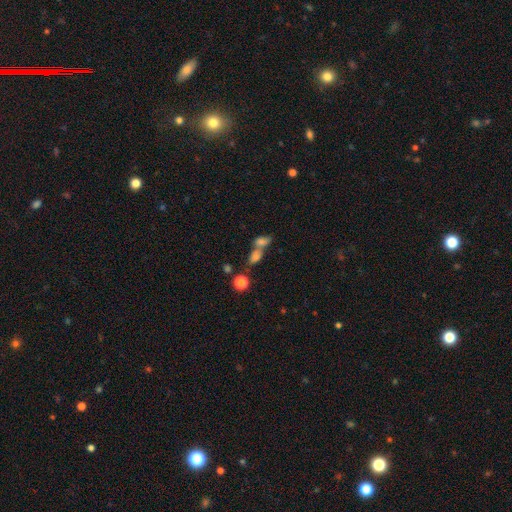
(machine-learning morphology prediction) smooth-or-featured: smooth: 64% | star or artifact: 19% | featured or disk: 17%
  how-rounded: in between: 60% | round: 28% | cigar-shaped: 12%
  merging: merger: 53% | none: 32% | minor disturbance: 8% | major disturbance: 6%